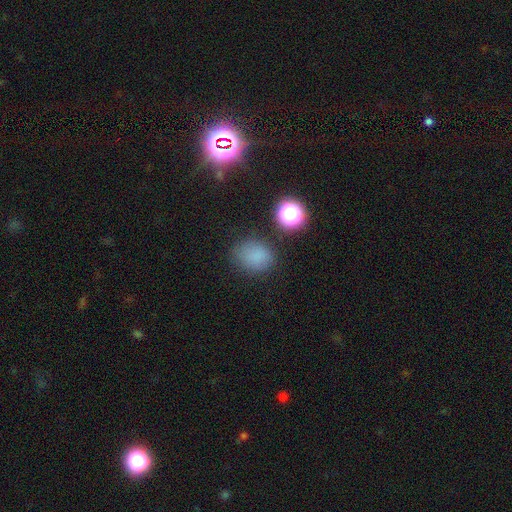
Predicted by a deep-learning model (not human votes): Smooth or featured? Predicted: smooth (p=0.78). How rounded? Predicted: round (p=0.55). Merging? Predicted: none (p=0.76).